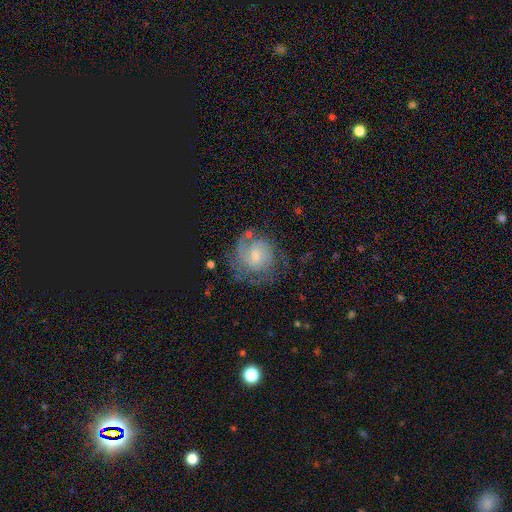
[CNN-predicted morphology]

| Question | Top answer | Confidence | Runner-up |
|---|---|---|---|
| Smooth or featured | featured or disk | 71% | smooth (21%) |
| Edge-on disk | no | 98% | yes (2%) |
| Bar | no | 51% | weak (43%) |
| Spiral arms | yes | 88% | no (12%) |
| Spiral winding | tight | 52% | medium (35%) |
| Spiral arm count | can't tell | 37% | 2 (31%) |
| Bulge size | small | 58% | moderate (33%) |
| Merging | none | 59% | minor disturbance (21%) |